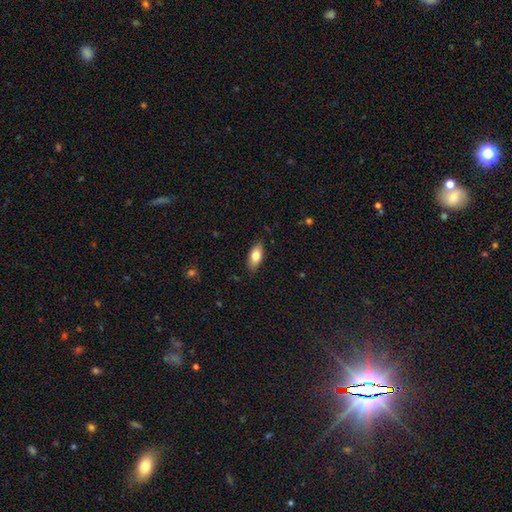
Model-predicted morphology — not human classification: Overall: smooth (77%). How rounded: in between (84%). Merging: none (85%).